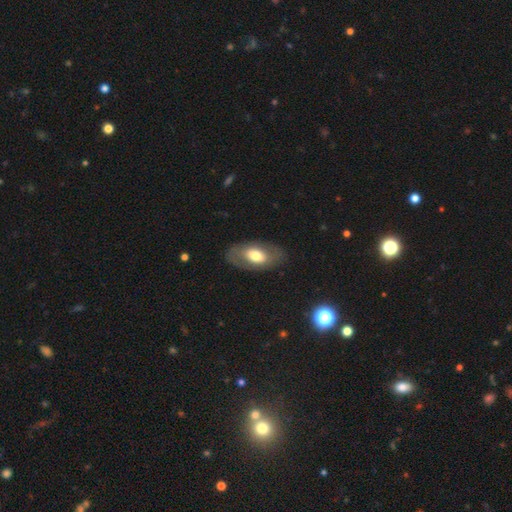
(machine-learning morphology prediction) Smooth or featured? Predicted: smooth (p=0.54). How rounded? Predicted: in between (p=0.91). Merging? Predicted: none (p=0.81).